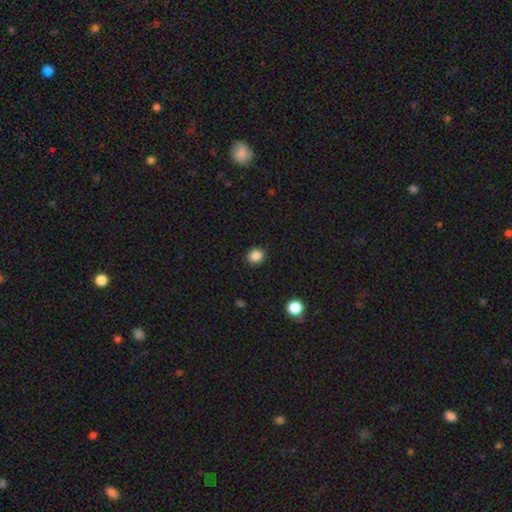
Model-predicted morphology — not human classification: A smooth galaxy with no disk features (86%) that is round (79%). Merging: none (91%).